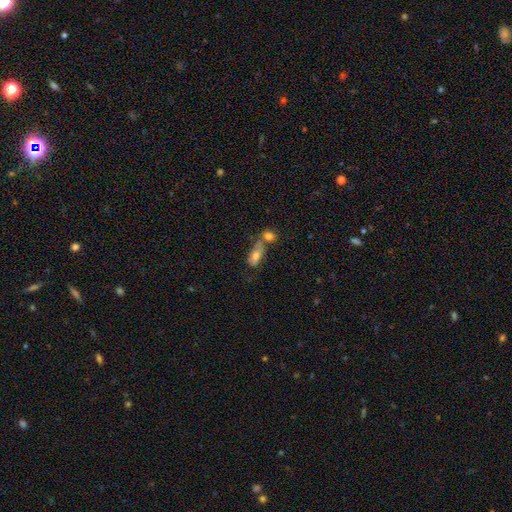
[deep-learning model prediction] Morphology: type=smooth (69%); roundness=in between (86%); merging=merger (42%).